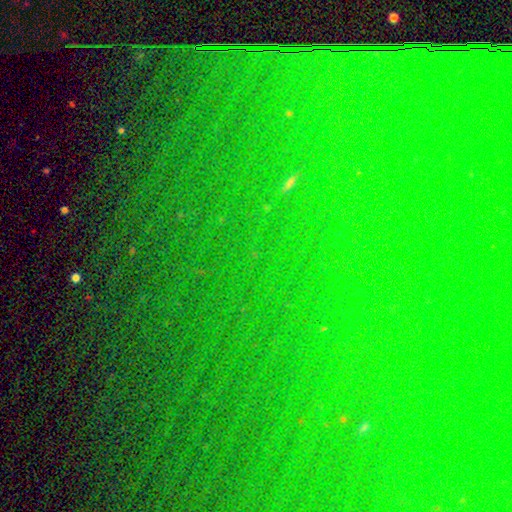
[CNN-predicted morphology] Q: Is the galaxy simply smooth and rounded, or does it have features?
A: star or artifact — 82%.